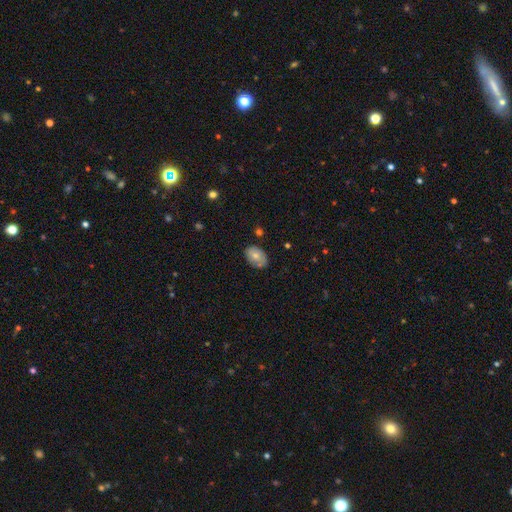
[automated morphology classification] Smooth or featured?
  - smooth: 69% *
  - featured or disk: 23%
  - star or artifact: 8%
How rounded?
  - in between: 84% *
  - round: 15%
  - cigar-shaped: 1%
Merging?
  - none: 73% *
  - minor disturbance: 20%
  - major disturbance: 4%
  - merger: 4%